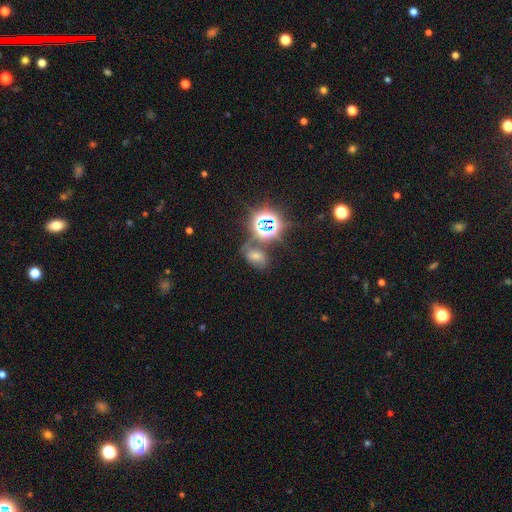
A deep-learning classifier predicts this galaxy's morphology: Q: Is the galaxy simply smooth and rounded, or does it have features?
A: star or artifact — 53%.